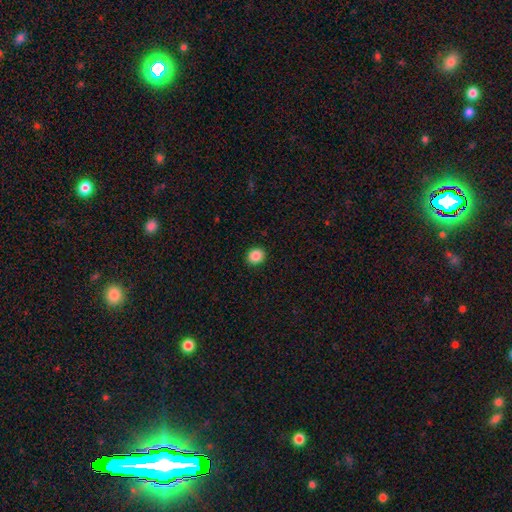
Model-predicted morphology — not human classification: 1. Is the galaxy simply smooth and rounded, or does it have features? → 87% smooth, 9% star or artifact, 3% featured or disk.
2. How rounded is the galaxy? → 69% round, 30% in between, 1% cigar-shaped.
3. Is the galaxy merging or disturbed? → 92% none, 6% minor disturbance, 2% major disturbance, 1% merger.